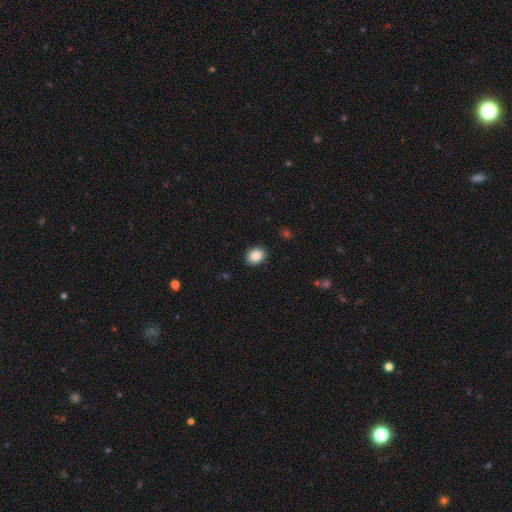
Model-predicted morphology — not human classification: smooth_or_featured: smooth (p=0.87) [alt: star or artifact p=0.08]
how_rounded: in between (p=0.60) [alt: round p=0.40]
merging: none (p=0.90) [alt: minor disturbance p=0.07]